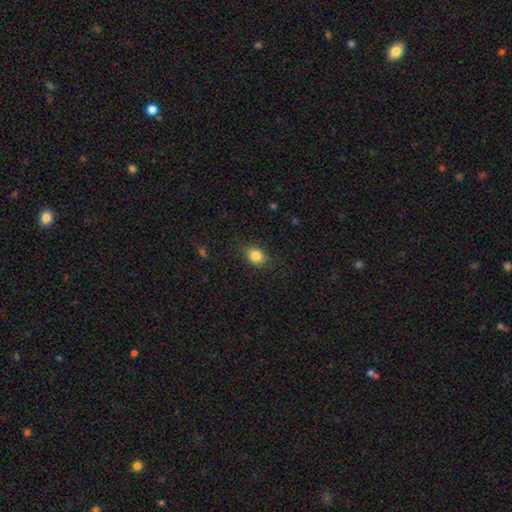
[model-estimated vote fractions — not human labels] Smooth or featured? smooth (84%)
How rounded? in between (54%)
Merging? none (83%)